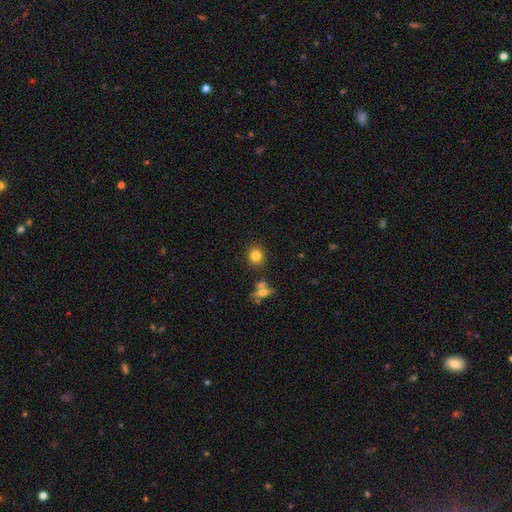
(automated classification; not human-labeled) This appears to be a smooth galaxy with no disk features (81%) that is round (78%). Merging: none (82%).